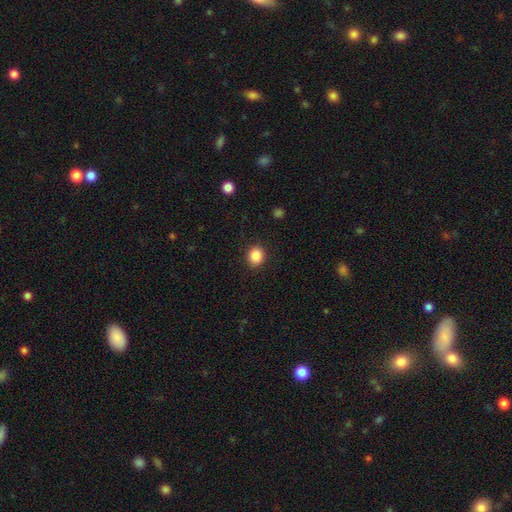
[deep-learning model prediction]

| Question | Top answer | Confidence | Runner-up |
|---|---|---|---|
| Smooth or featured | smooth | 87% | star or artifact (9%) |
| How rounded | round | 80% | in between (19%) |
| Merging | none | 90% | minor disturbance (6%) |